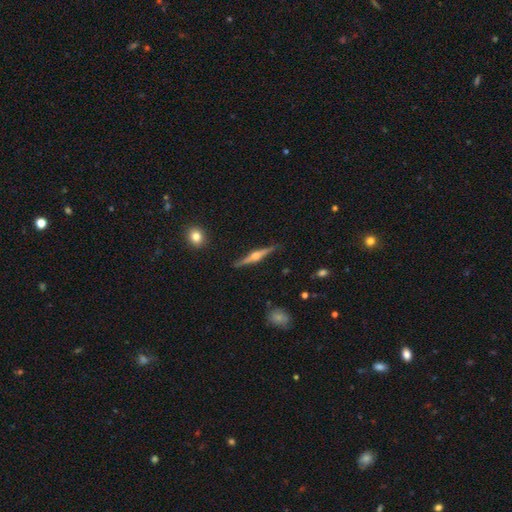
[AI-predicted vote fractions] This is clearly a featured or disk galaxy (81%). It is clearly viewed edge-on (98%). Edge-on bulge: clearly rounded (93%). Merging: clearly none (88%).